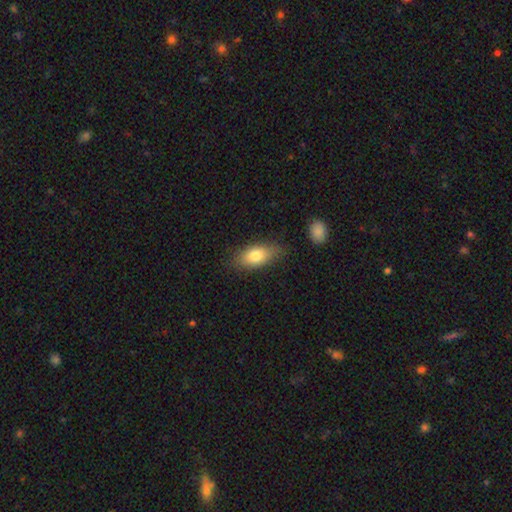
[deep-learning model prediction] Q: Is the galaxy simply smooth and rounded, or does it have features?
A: smooth — 78%.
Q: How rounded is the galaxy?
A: in between — 85%.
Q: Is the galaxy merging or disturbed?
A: none — 74%.